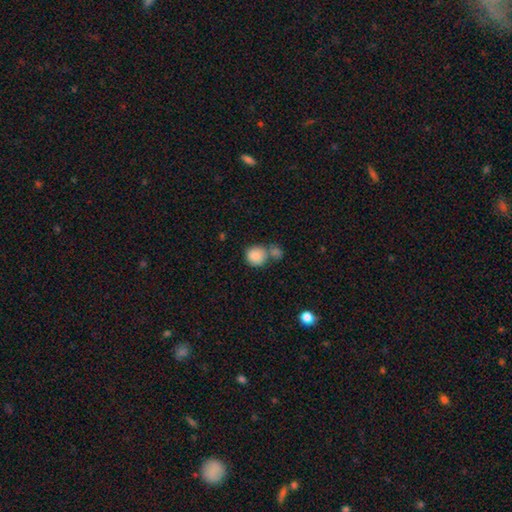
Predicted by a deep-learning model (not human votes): Overall: smooth (87%). How rounded: round (86%). Merging: none (47%; merger 37%).